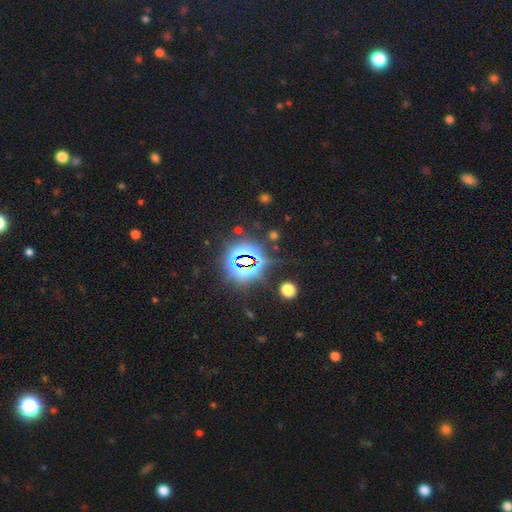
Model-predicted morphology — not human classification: A star or artifact, not a galaxy (82%).